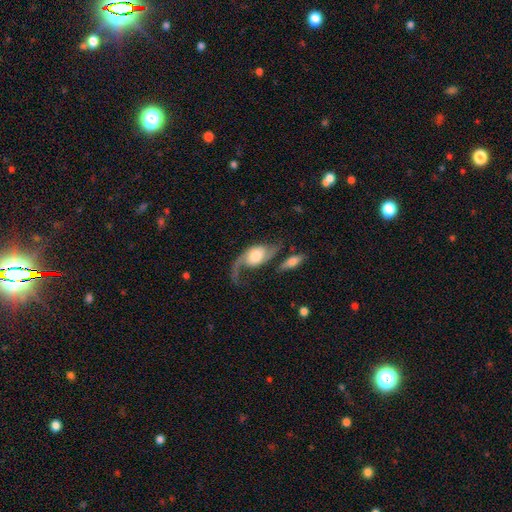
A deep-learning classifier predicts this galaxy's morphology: type=featured or disk (78%); edge-on=no (94%); bar=no (64%); spiral arms=yes (93%); winding=loose (76%); arm count=2 (71%); bulge=large (39%); merging=none (44%).